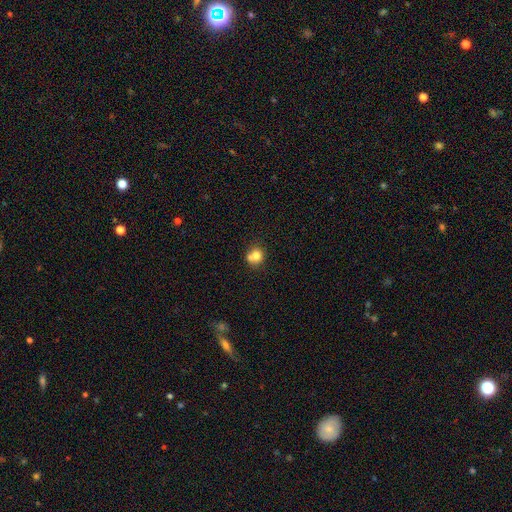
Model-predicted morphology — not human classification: Smooth or featured? smooth (75%)
How rounded? round (81%)
Merging? none (47%)